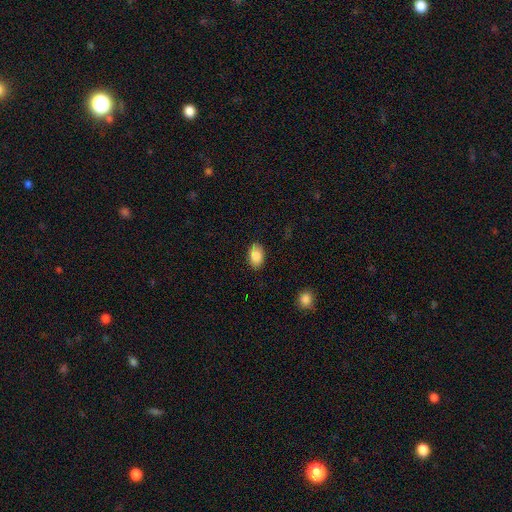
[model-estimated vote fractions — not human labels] Morphology: type=smooth (87%); roundness=in between (89%); merging=none (88%).